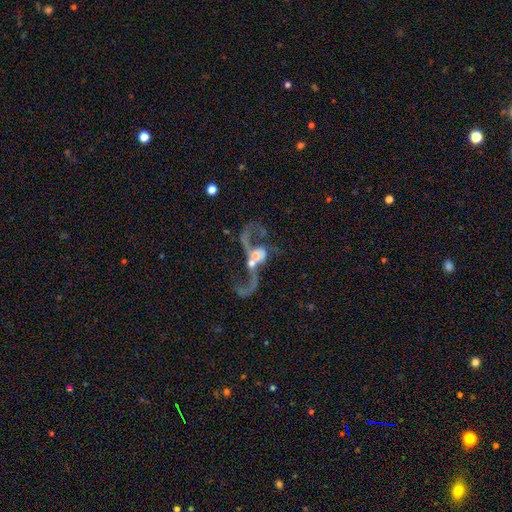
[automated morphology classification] A featured or disk galaxy (76%) with no bar (67%), 2 (75%) loose (83%) spiral arms (79%) and a moderate central bulge (47%).

Vote fractions:
- Smooth or featured? featured or disk: 76% / smooth: 15% / star or artifact: 9%
- Edge-on disk? no: 96% / yes: 4%
- Bar? no: 67% / weak: 24% / strong: 9%
- Spiral arms? yes: 79% / no: 21%
- Spiral winding? loose: 83% / medium: 14% / tight: 3%
- Spiral arm count? 2: 75% / 1: 14% / can't tell: 5% / 3: 3% / 4: 1% / more than 4: 1%
- Bulge size? moderate: 47% / small: 26% / large: 16% / none: 8% / dominant: 4%
- Merging? merger: 63% / major disturbance: 18% / none: 13% / minor disturbance: 6%